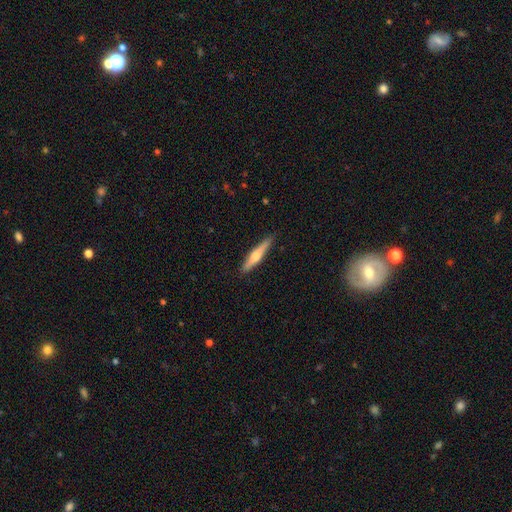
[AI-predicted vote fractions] Smooth or featured?
  - featured or disk: 56% *
  - smooth: 38%
  - star or artifact: 6%
Edge-on disk?
  - yes: 97% *
  - no: 3%
Edge-on bulge?
  - rounded: 85% *
  - boxy: 8%
  - none: 7%
Merging?
  - none: 89% *
  - minor disturbance: 8%
  - major disturbance: 2%
  - merger: 1%